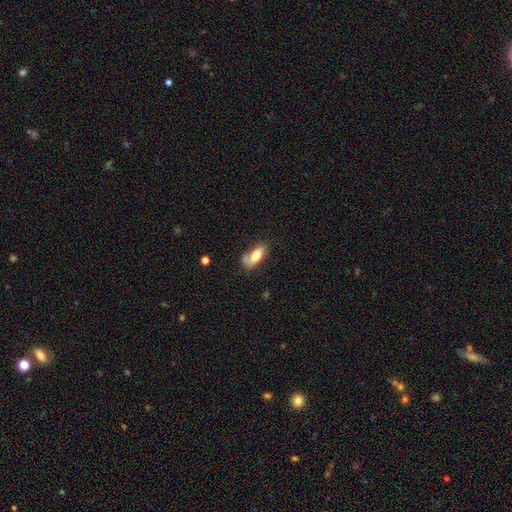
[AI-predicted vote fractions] Overall: smooth (72%). How rounded: in between (79%). Merging: none (53%; minor disturbance 25%).